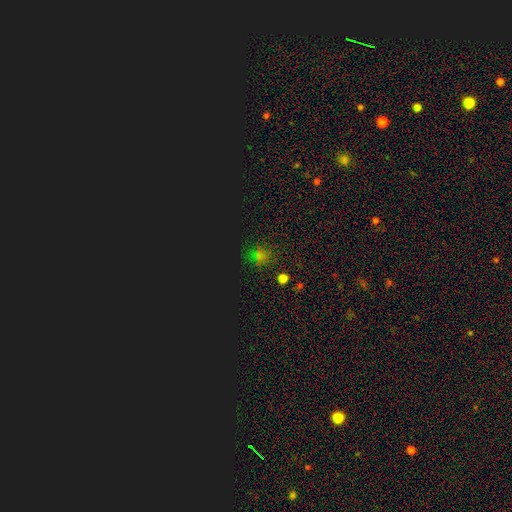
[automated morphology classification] A star or artifact, not a galaxy (55%).